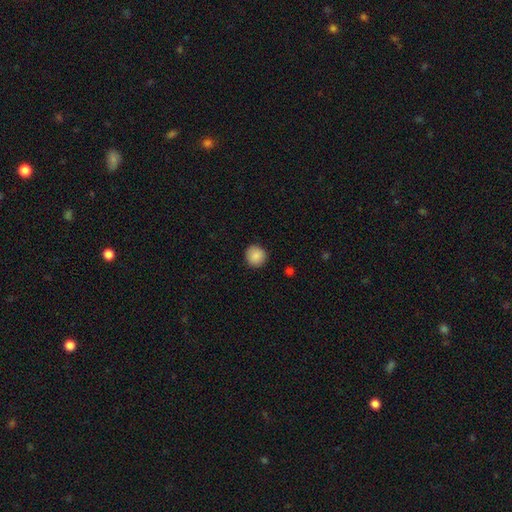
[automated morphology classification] smooth 88%, star or artifact 8%, featured or disk 3%. Down the decision tree: how rounded — round (93%); merging — none (91%).